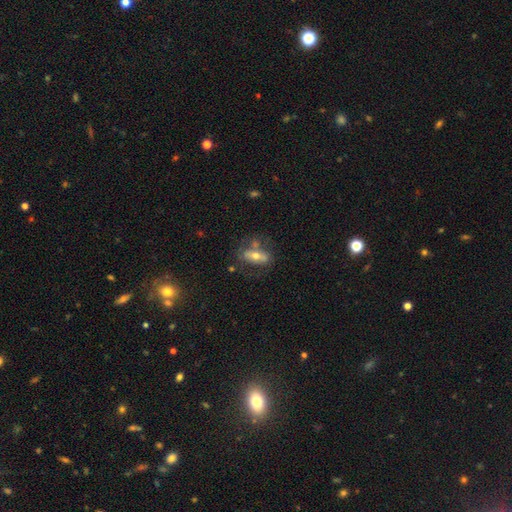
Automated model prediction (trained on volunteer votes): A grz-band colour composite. It shows a smooth galaxy with no disk features (45%, tied with featured or disk). Merging: none (56%).